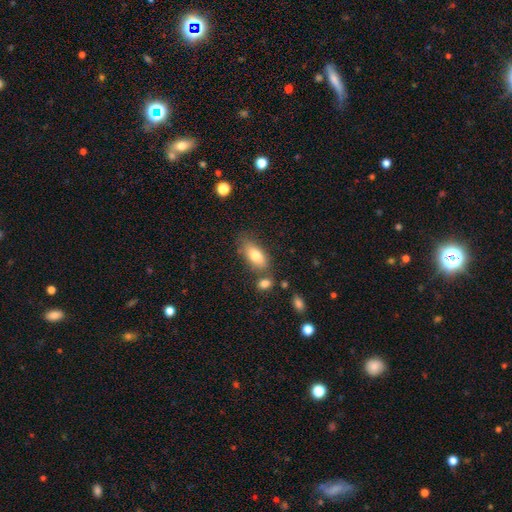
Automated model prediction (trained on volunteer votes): A smooth galaxy with no disk features (79%) that is in between round and cigar-shaped (87%).

Vote fractions:
- Smooth or featured? smooth: 79% / featured or disk: 14% / star or artifact: 7%
- How rounded? in between: 87% / cigar-shaped: 10% / round: 3%
- Merging? none: 64% / minor disturbance: 18% / merger: 13% / major disturbance: 5%